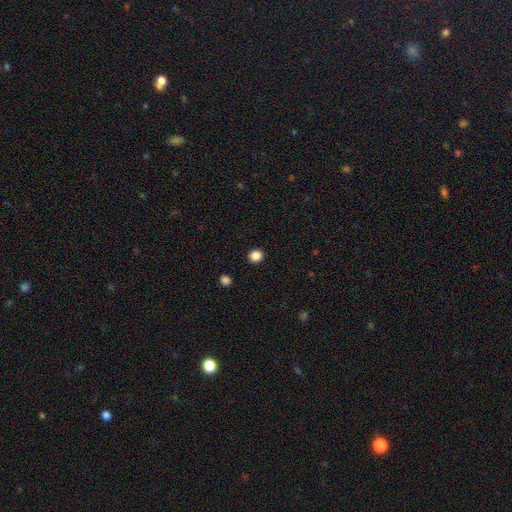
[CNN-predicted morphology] Smooth or featured? smooth (86%)
How rounded? round (88%)
Merging? none (92%)